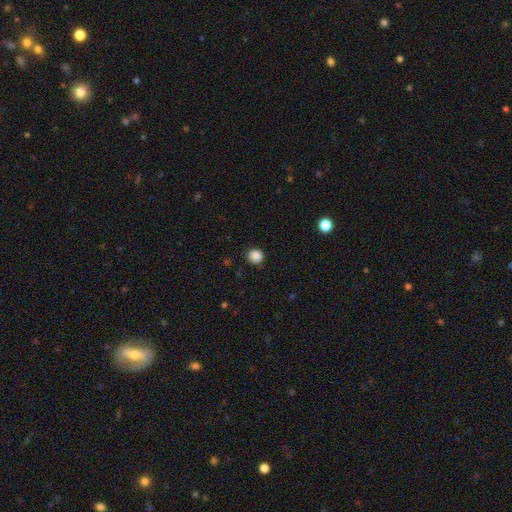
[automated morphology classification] Smooth or featured?
  - smooth: 87% *
  - star or artifact: 10%
  - featured or disk: 3%
How rounded?
  - round: 87% *
  - in between: 12%
  - cigar-shaped: 1%
Merging?
  - none: 86% *
  - minor disturbance: 11%
  - major disturbance: 2%
  - merger: 1%